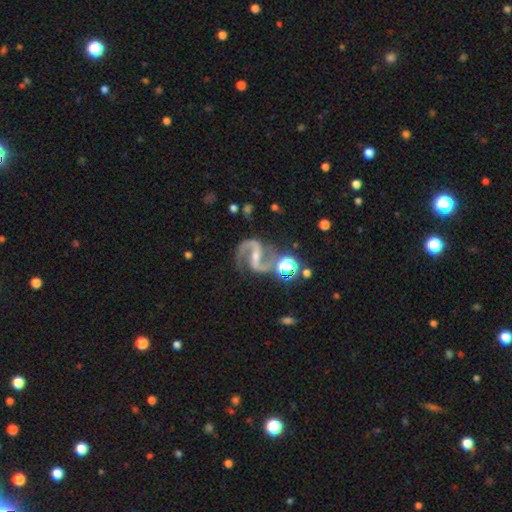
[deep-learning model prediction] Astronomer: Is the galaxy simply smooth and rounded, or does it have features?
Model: featured or disk — 91%.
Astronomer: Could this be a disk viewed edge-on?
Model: no — 98%.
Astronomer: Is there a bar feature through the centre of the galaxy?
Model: strong — 55% (runner-up: weak, 32%).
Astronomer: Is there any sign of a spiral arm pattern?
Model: yes — 98%.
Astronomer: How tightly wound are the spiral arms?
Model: medium — 60%.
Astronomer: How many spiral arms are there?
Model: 2 — 94%.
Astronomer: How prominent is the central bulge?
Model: small — 57%.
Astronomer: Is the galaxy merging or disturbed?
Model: none — 72%.